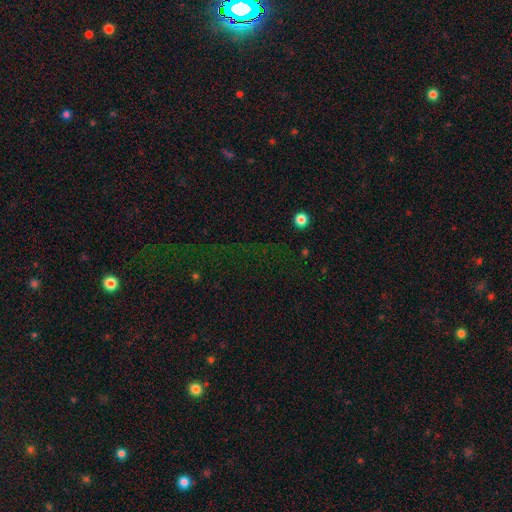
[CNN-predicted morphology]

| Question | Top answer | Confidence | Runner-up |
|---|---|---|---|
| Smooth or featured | star or artifact | 66% | smooth (21%) |